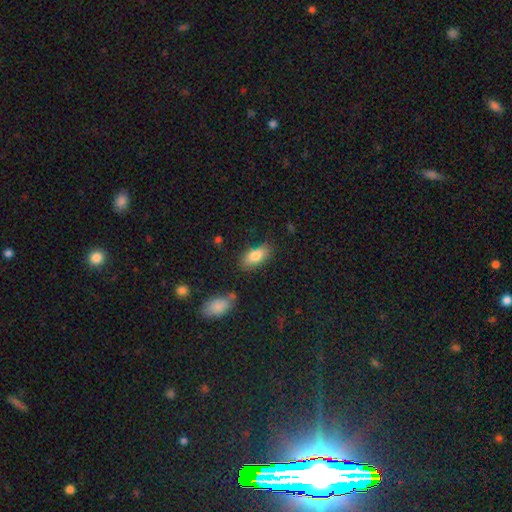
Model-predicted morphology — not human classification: Overall: smooth (79%). How rounded: in between (86%). Merging: none (76%).